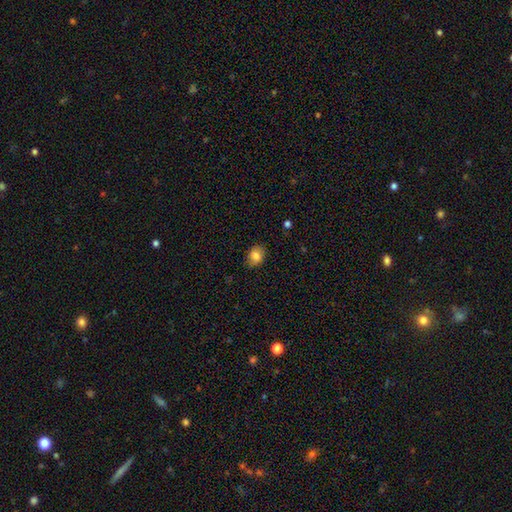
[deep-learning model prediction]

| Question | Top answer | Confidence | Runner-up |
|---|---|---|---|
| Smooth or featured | smooth | 82% | star or artifact (9%) |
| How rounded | in between | 60% | round (39%) |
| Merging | none | 82% | minor disturbance (15%) |